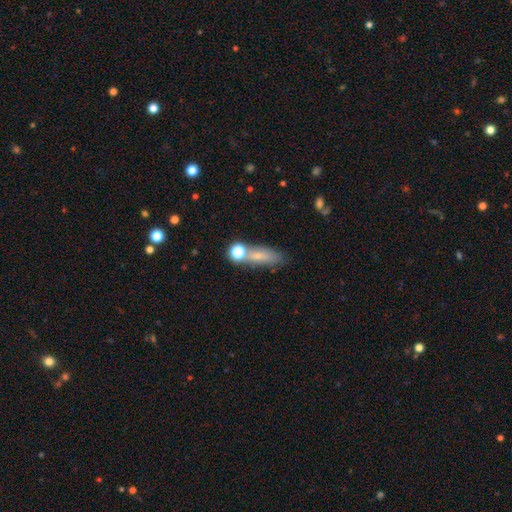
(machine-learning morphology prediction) Q: Smooth or featured?
A: smooth (64%); runner-up: featured or disk (21%)
Q: How rounded?
A: cigar-shaped (45%); runner-up: in between (44%)
Q: Merging?
A: none (64%); runner-up: minor disturbance (16%)